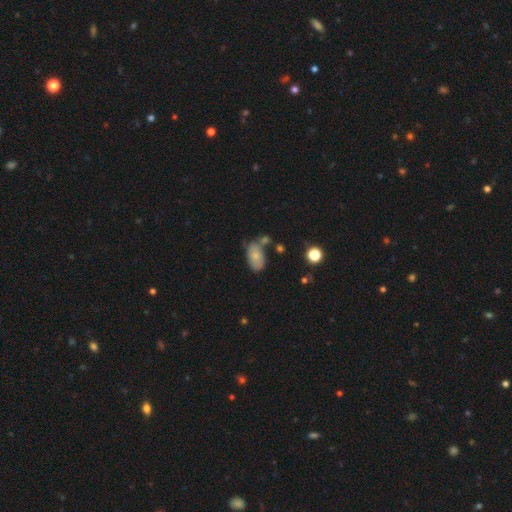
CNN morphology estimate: Overall: smooth (74%). How rounded: in between (92%). Merging: none (51%; minor disturbance 24%).